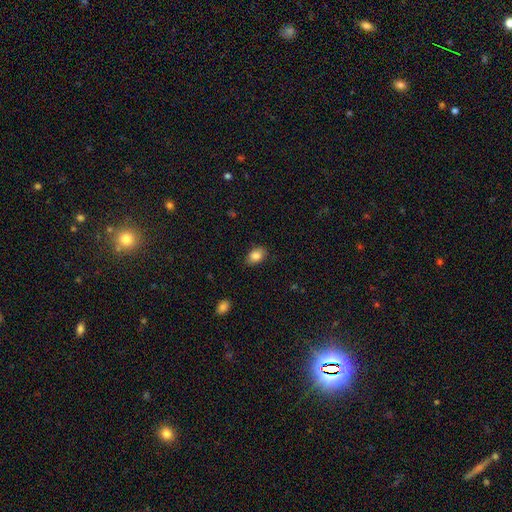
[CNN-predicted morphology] Q: Smooth or featured?
A: smooth (85%); runner-up: star or artifact (8%)
Q: How rounded?
A: in between (85%); runner-up: round (14%)
Q: Merging?
A: none (84%); runner-up: minor disturbance (12%)